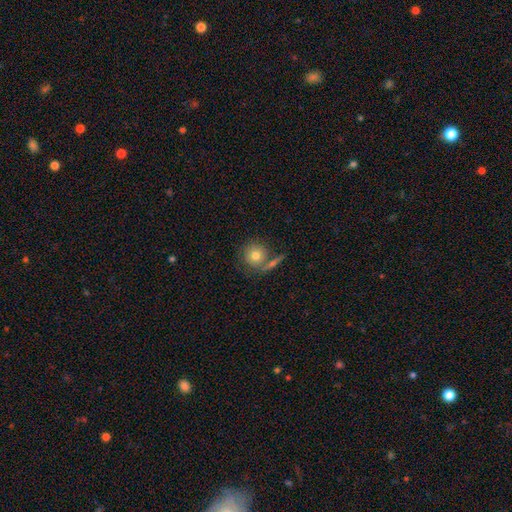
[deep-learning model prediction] Smooth or featured?
  - smooth: 74% *
  - featured or disk: 17%
  - star or artifact: 9%
How rounded?
  - round: 90% *
  - in between: 9%
  - cigar-shaped: 1%
Merging?
  - none: 62% *
  - merger: 21%
  - minor disturbance: 11%
  - major disturbance: 5%